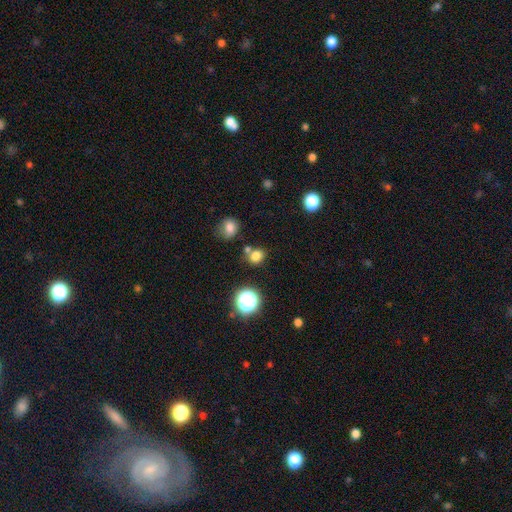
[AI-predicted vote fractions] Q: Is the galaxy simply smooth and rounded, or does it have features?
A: smooth — 76%.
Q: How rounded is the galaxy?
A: round — 67%.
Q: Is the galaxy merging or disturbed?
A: none — 70%.